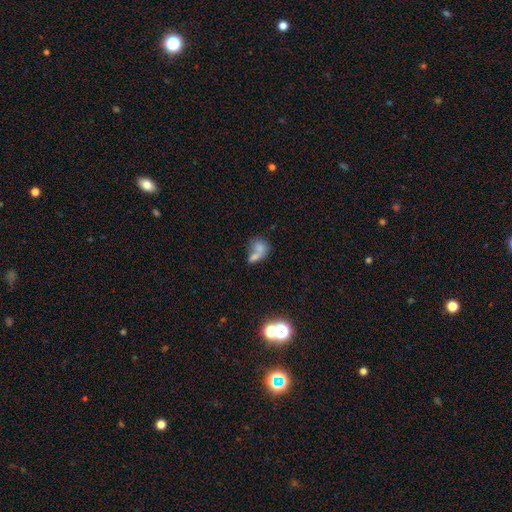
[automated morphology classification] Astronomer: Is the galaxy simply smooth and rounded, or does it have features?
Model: smooth — 63%.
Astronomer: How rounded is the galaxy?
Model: in between — 49%, tied with round at 49%.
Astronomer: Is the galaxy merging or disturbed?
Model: merger — 60%.